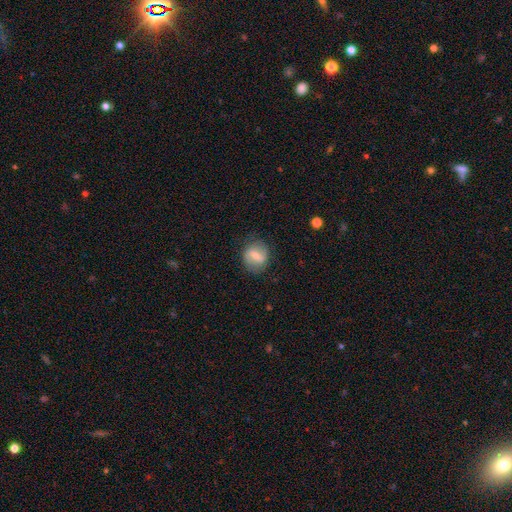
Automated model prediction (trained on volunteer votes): Smooth or featured: featured or disk — 48% (smooth — 44%)
Merging: none — 79% (minor disturbance — 15%)